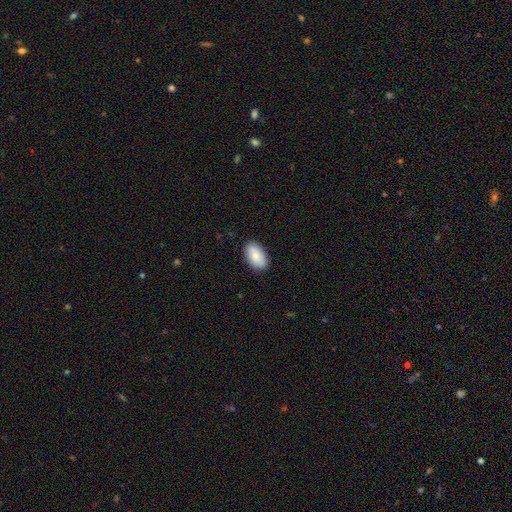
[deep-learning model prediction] Morphology: type=smooth (83%); roundness=in between (94%); merging=none (86%).